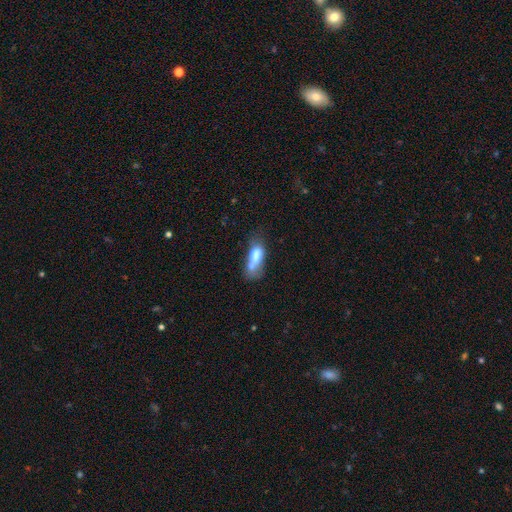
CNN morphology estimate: Smooth or featured: smooth — 66% (featured or disk — 24%)
How rounded: in between — 73% (cigar-shaped — 22%)
Merging: merger — 38% (none — 24%)